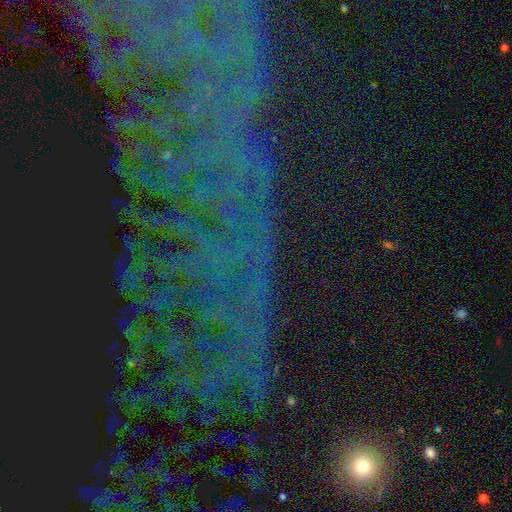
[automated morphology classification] Overall: star or artifact (67%).